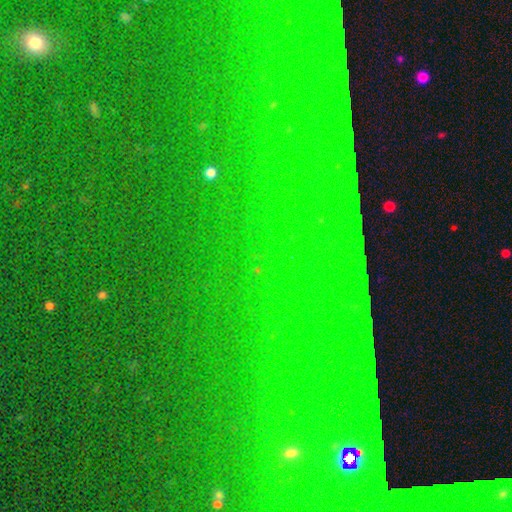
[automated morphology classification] Q: Smooth or featured?
A: star or artifact (82%); runner-up: smooth (10%)